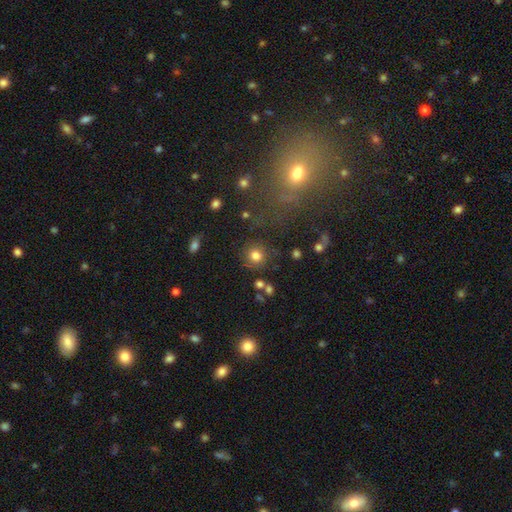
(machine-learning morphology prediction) smooth 80%, star or artifact 12%, featured or disk 8%. Down the decision tree: how rounded — round (92%); merging — none (83%).